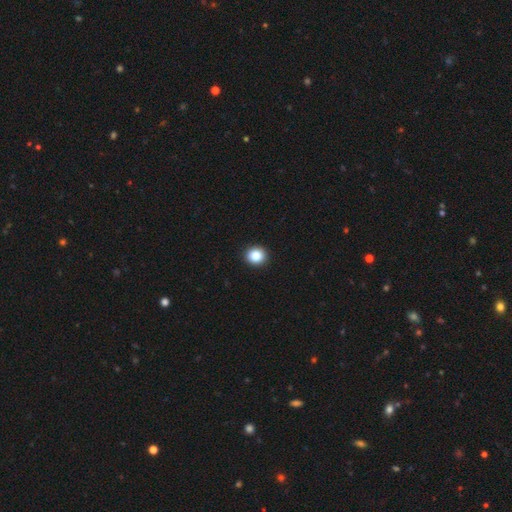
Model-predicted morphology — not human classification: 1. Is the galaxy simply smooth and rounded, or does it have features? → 86% smooth, 10% star or artifact, 4% featured or disk.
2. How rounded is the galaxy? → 86% round, 13% in between, 1% cigar-shaped.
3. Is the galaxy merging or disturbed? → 93% none, 4% minor disturbance, 1% major disturbance, 1% merger.